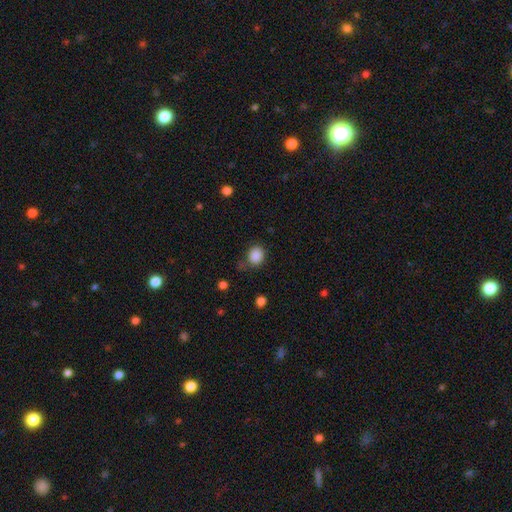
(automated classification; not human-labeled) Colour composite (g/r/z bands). It shows a smooth galaxy with no disk features (87%) that is round (68%). Merging: none (65%).